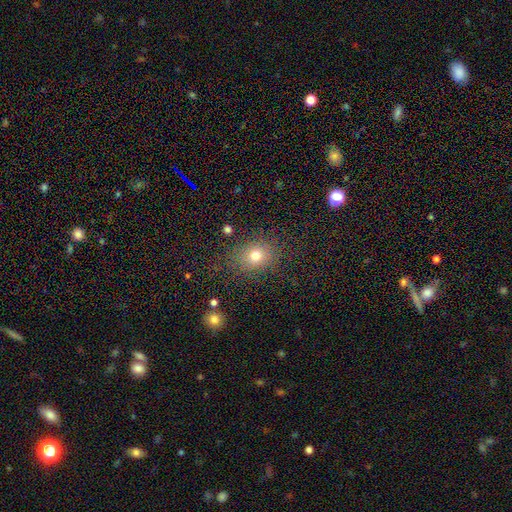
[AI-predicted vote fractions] Smooth or featured? smooth (75%)
How rounded? round (55%)
Merging? none (81%)